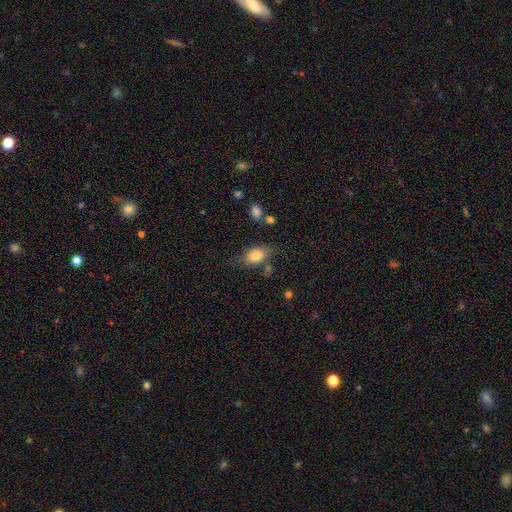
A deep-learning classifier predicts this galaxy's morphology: smooth-or-featured: smooth: 80% | featured or disk: 11% | star or artifact: 8%
  how-rounded: in between: 84% | round: 12% | cigar-shaped: 3%
  merging: none: 67% | minor disturbance: 20% | merger: 7% | major disturbance: 6%